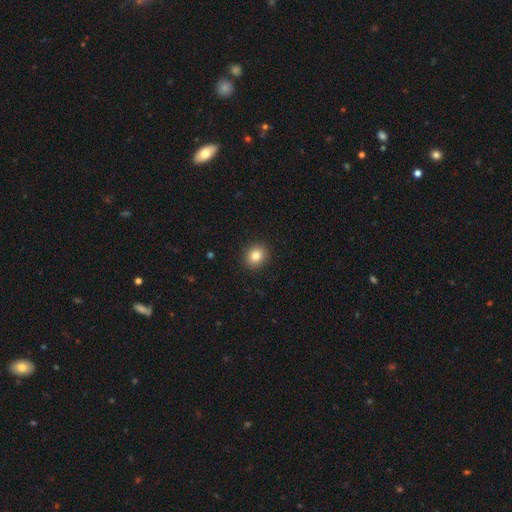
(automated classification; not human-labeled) Morphology: type=smooth (82%); roundness=round (75%); merging=none (91%).